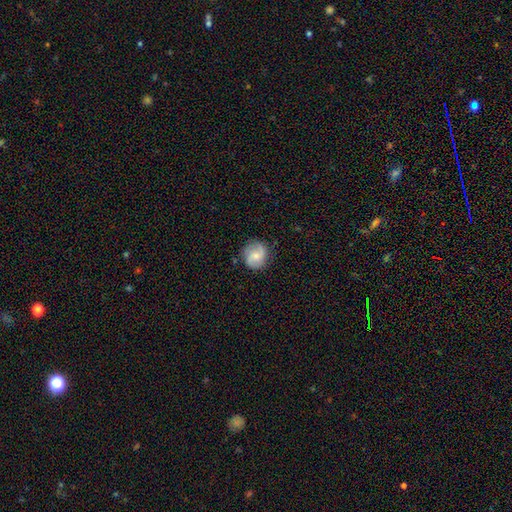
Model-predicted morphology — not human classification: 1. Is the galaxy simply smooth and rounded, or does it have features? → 55% featured or disk, 38% smooth, 7% star or artifact.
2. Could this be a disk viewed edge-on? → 98% no, 2% yes.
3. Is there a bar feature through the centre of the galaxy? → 56% no, 37% weak, 7% strong.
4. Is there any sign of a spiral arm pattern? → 91% yes, 9% no.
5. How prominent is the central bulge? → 49% small, 41% moderate, 6% none, 3% large, 1% dominant.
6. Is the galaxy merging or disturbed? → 81% none, 14% minor disturbance, 4% major disturbance, 1% merger.